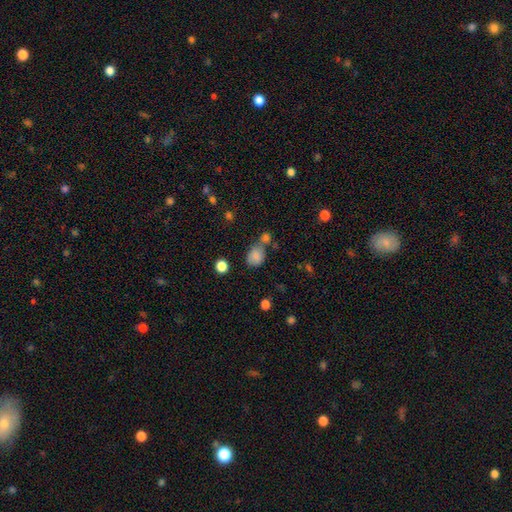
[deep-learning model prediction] Smooth or featured: smooth — 82% (star or artifact — 11%)
How rounded: round — 53% (in between — 46%)
Merging: none — 55% (merger — 22%)